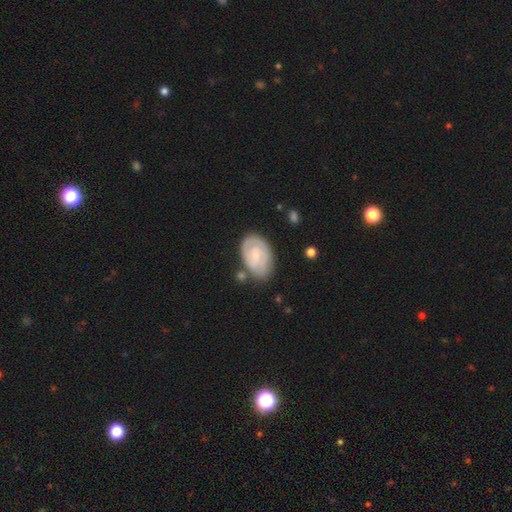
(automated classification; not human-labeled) smooth-or-featured: featured or disk: 59% | smooth: 36% | star or artifact: 6%
  disk-edge-on: no: 96% | yes: 4%
    bar: no: 63% | weak: 32% | strong: 5%
    has-spiral-arms: yes: 79% | no: 21%
    bulge-size: small: 70% | moderate: 22% | none: 6% | large: 2% | dominant: 1%
  merging: none: 68% | minor disturbance: 21% | major disturbance: 6% | merger: 5%